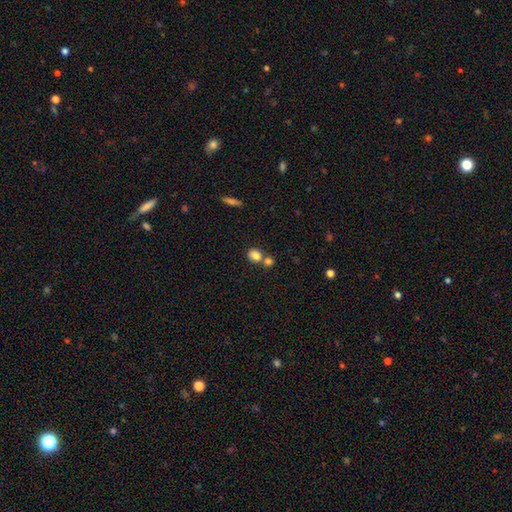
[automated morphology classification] A smooth galaxy with no disk features (82%) that is round (56%).

Vote fractions:
- Smooth or featured? smooth: 82% / star or artifact: 10% / featured or disk: 8%
- How rounded? round: 56% / in between: 42% / cigar-shaped: 1%
- Merging? none: 48% / merger: 40% / minor disturbance: 9% / major disturbance: 3%